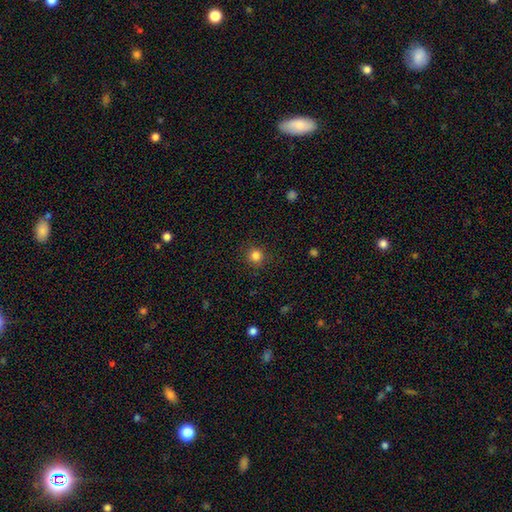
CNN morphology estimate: Q: Smooth or featured?
A: smooth (83%); runner-up: star or artifact (12%)
Q: How rounded?
A: round (92%); runner-up: in between (7%)
Q: Merging?
A: none (89%); runner-up: minor disturbance (7%)